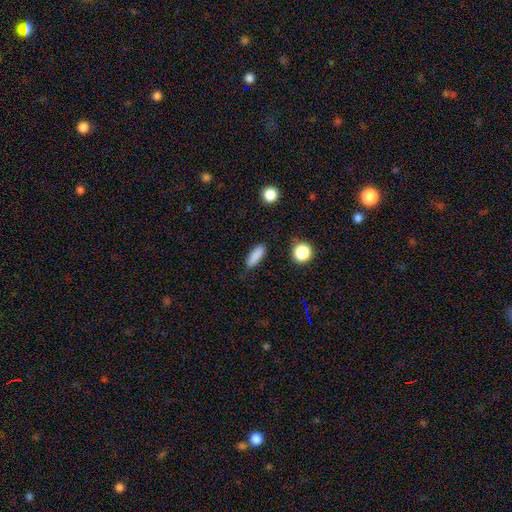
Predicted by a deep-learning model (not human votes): This is clearly a smooth galaxy (86%). How rounded: possibly in between (52%). Merging: clearly none (82%).